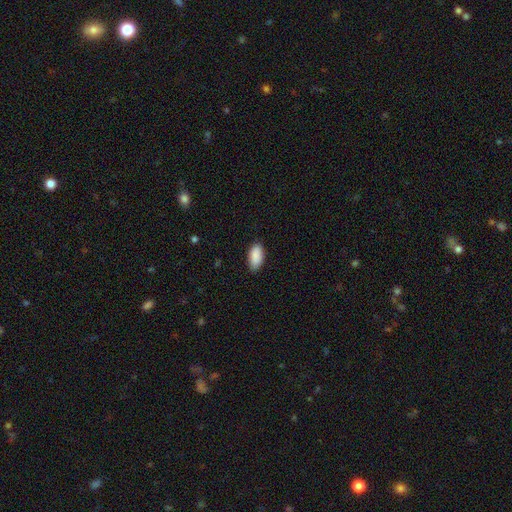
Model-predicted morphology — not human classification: smooth 91%, star or artifact 6%, featured or disk 3%. Down the decision tree: how rounded — in between (94%); merging — none (85%).